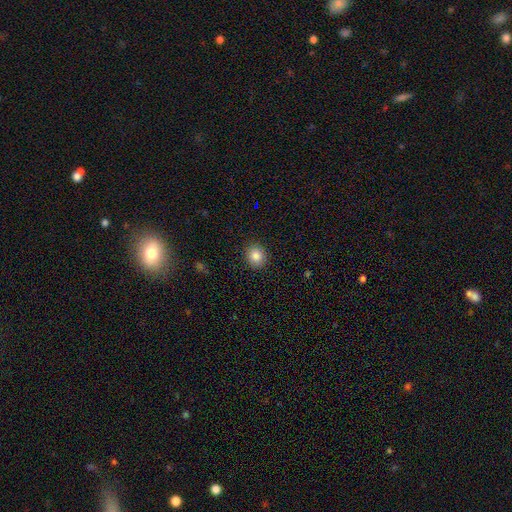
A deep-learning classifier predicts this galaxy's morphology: A smooth galaxy with no disk features (85%) that is round (69%).

Vote fractions:
- Smooth or featured? smooth: 85% / star or artifact: 9% / featured or disk: 5%
- How rounded? round: 69% / in between: 30% / cigar-shaped: 1%
- Merging? none: 90% / minor disturbance: 7% / major disturbance: 2% / merger: 1%